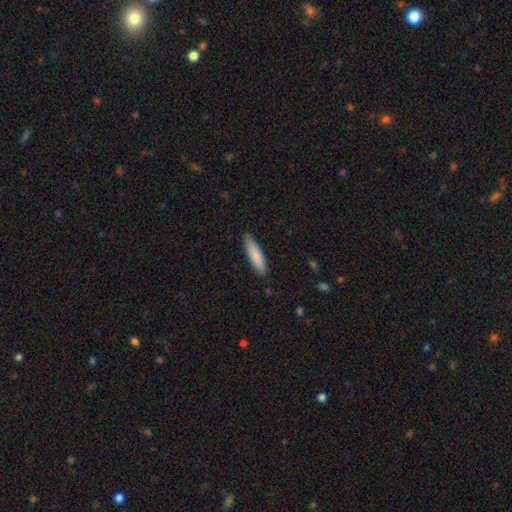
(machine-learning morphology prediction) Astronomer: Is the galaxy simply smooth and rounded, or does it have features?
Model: smooth — 83%.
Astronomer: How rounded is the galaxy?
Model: cigar-shaped — 77%.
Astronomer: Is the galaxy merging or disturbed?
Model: none — 87%.